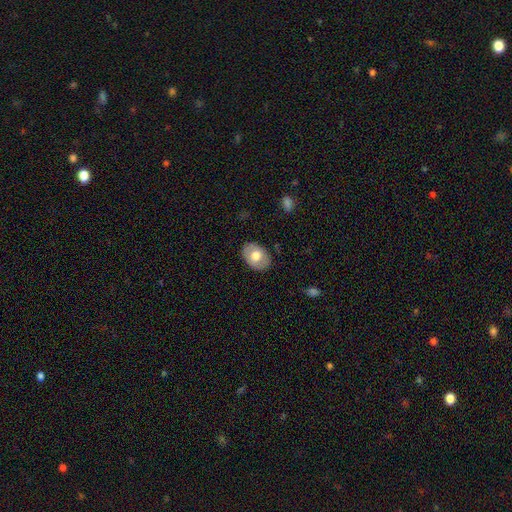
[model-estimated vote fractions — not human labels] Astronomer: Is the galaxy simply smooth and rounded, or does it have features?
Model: smooth — 66%.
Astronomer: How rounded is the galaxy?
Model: in between — 76%.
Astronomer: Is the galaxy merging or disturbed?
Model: none — 85%.